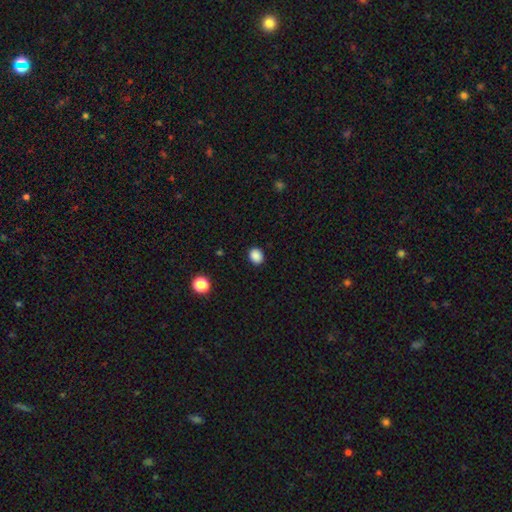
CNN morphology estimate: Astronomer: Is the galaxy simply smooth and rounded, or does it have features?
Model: smooth — 88%.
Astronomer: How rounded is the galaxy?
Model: round — 53% (runner-up: in between, 46%).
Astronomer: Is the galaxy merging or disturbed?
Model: none — 90%.